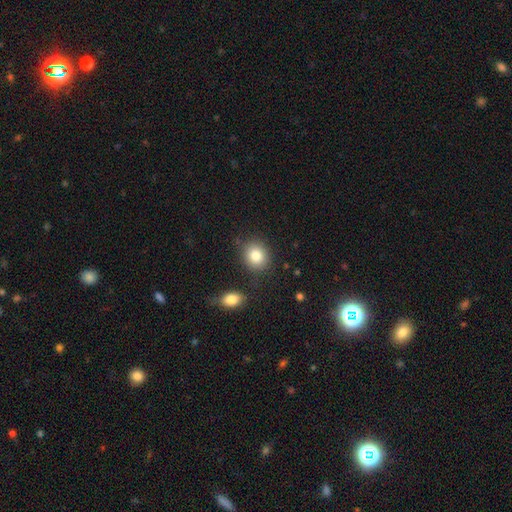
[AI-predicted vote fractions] Smooth or featured? smooth (83%)
How rounded? round (71%)
Merging? none (81%)